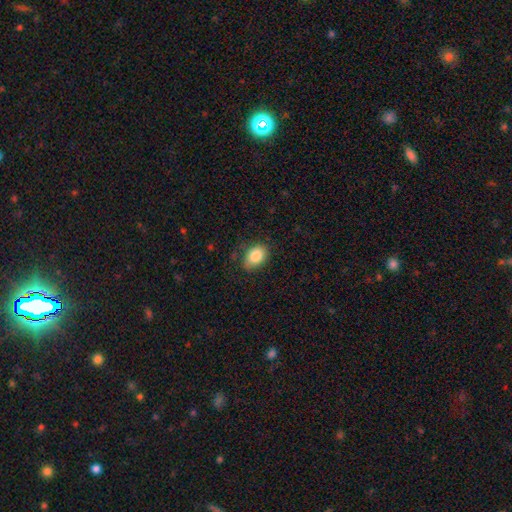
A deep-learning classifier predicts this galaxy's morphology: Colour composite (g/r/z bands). It shows a smooth galaxy with no disk features (84%) that is in between round and cigar-shaped (80%). Merging: none (76%).